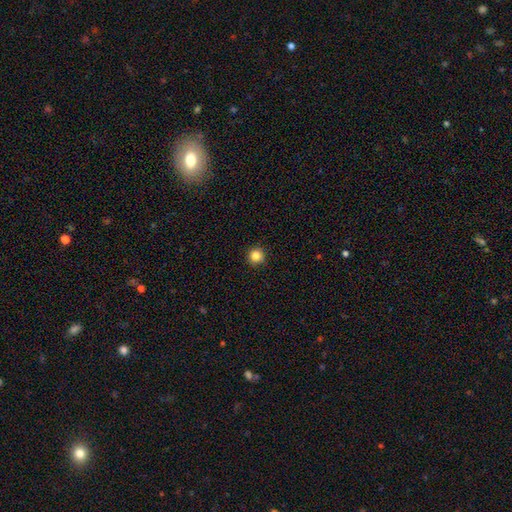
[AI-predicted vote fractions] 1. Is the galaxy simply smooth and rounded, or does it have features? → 85% smooth, 11% star or artifact, 4% featured or disk.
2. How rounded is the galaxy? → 96% round, 3% in between, 1% cigar-shaped.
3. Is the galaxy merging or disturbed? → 93% none, 5% minor disturbance, 2% major disturbance, 1% merger.